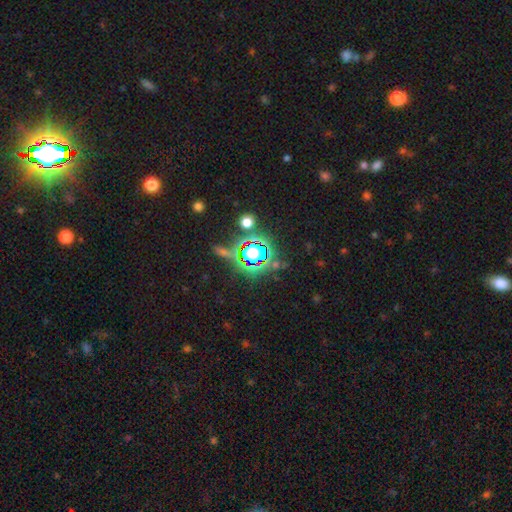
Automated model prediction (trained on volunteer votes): This is likely a star or artifact rather than a galaxy (67%).